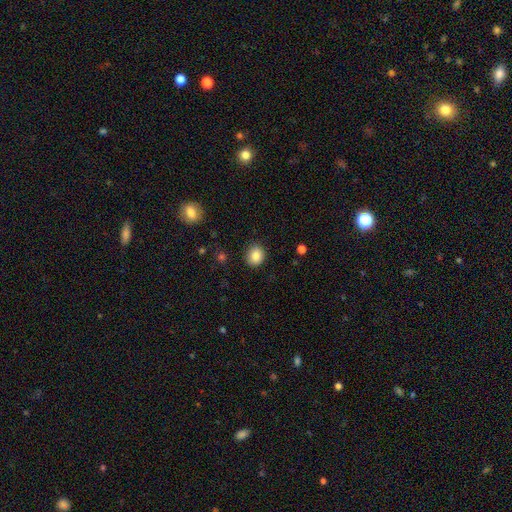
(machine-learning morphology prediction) Smooth or featured: smooth — 85% (star or artifact — 9%)
How rounded: round — 72% (in between — 27%)
Merging: none — 89% (minor disturbance — 8%)